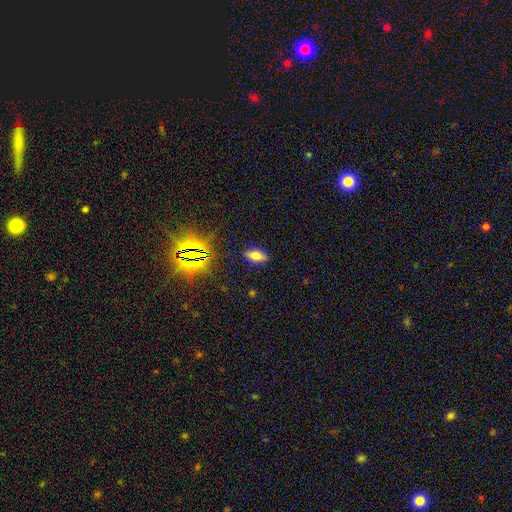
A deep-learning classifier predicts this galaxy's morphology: smooth-or-featured: smooth: 63% | featured or disk: 20% | star or artifact: 17%
  how-rounded: in between: 84% | cigar-shaped: 10% | round: 6%
  merging: none: 86% | minor disturbance: 10% | major disturbance: 3% | merger: 1%